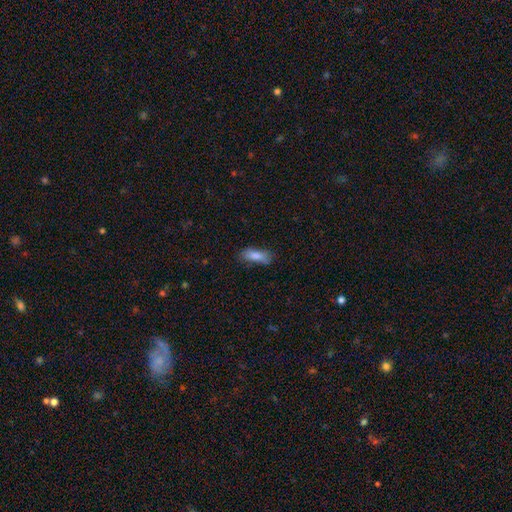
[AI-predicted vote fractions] Morphology: type=smooth (83%); roundness=in between (66%); merging=none (72%).